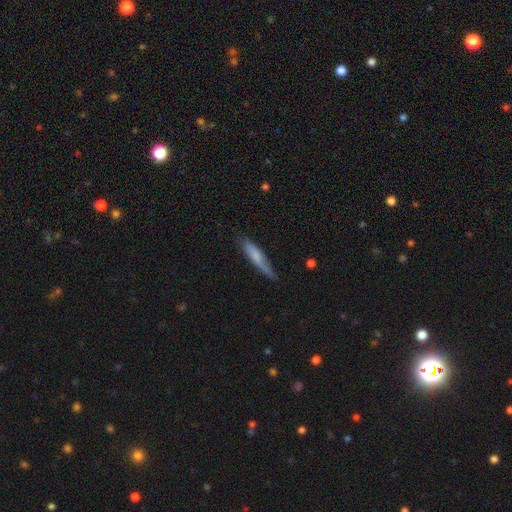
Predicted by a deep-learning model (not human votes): smooth 67%, featured or disk 27%, star or artifact 6%. Down the decision tree: how rounded — cigar-shaped (86%); merging — none (68%).